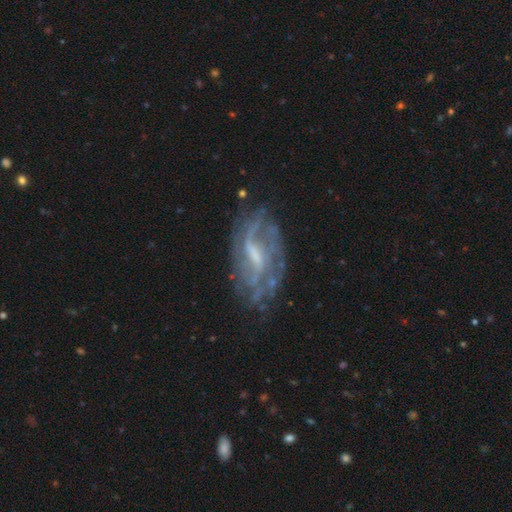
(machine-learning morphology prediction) This is likely a featured or disk galaxy (80%). It is clearly not viewed edge-on (94%). Bar: possibly weak (54%). Spiral arm pattern: clearly yes (81%). Spiral arm count: marginally can't tell (44%). Spiral winding: marginally medium (39%). Central bulge: marginally small (43%). Merging: likely none (61%).